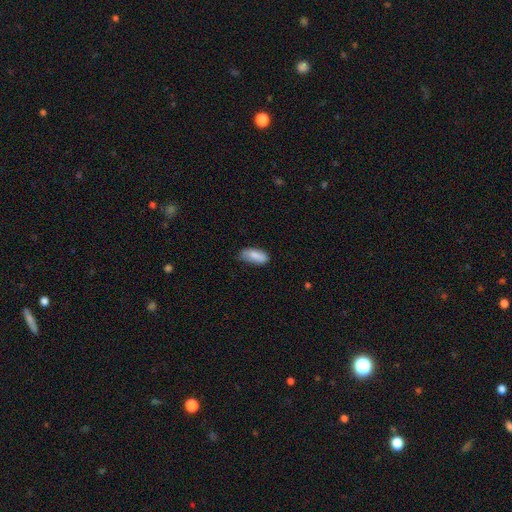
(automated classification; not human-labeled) A smooth galaxy with no disk features (84%) that is in between round and cigar-shaped (86%). Merging: none (62%).